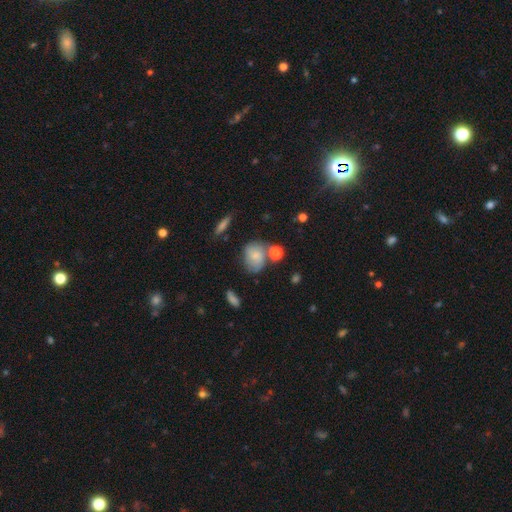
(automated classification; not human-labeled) Smooth or featured?
  - smooth: 56% *
  - featured or disk: 34%
  - star or artifact: 10%
How rounded?
  - round: 56% *
  - in between: 42%
  - cigar-shaped: 2%
Merging?
  - none: 50% *
  - minor disturbance: 22%
  - merger: 18%
  - major disturbance: 10%